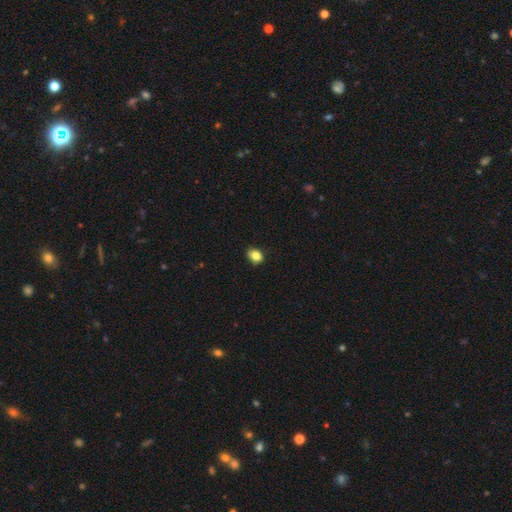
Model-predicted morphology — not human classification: This is clearly a smooth galaxy (85%). How rounded: possibly in between (58%). Merging: clearly none (85%).